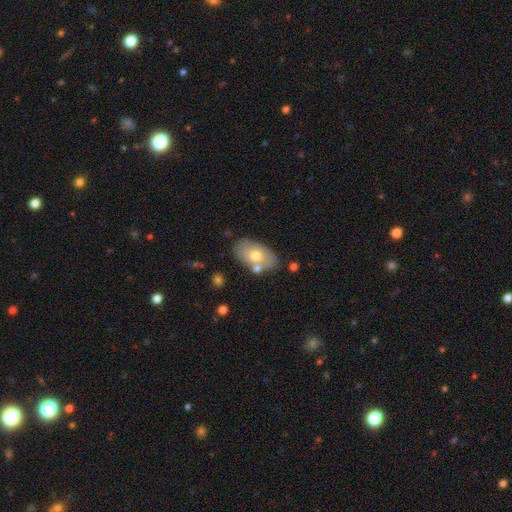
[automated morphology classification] A smooth galaxy with no disk features (66%) that is in between round and cigar-shaped (92%). Merging: none (73%).